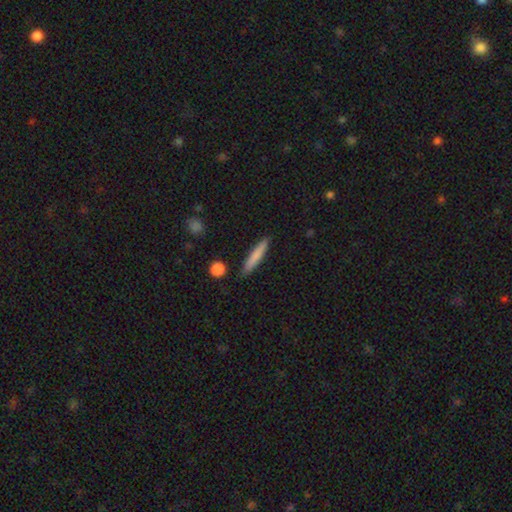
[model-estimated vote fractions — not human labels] smooth_or_featured: smooth (p=0.76) [alt: featured or disk p=0.18]
how_rounded: cigar-shaped (p=0.93) [alt: in between p=0.06]
merging: none (p=0.87) [alt: minor disturbance p=0.09]